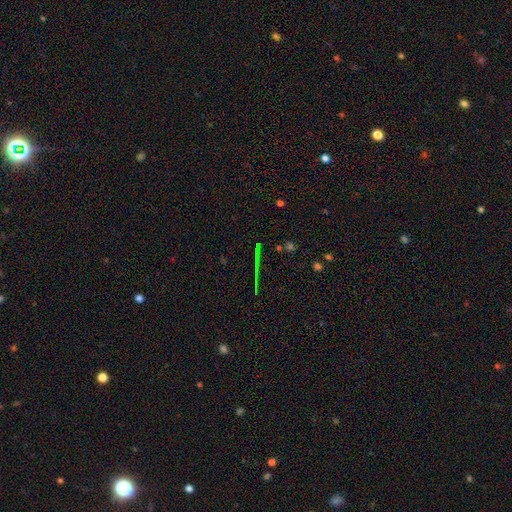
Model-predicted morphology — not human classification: Overall: star or artifact (63%).